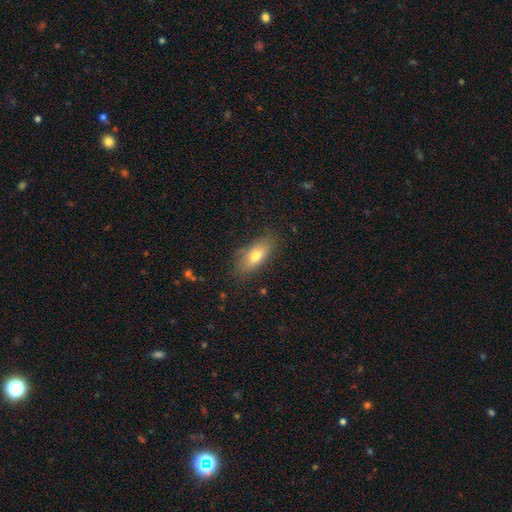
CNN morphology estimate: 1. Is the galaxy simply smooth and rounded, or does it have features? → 71% smooth, 21% featured or disk, 8% star or artifact.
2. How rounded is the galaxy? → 79% in between, 16% cigar-shaped, 5% round.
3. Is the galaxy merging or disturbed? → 77% none, 17% minor disturbance, 5% major disturbance, 2% merger.